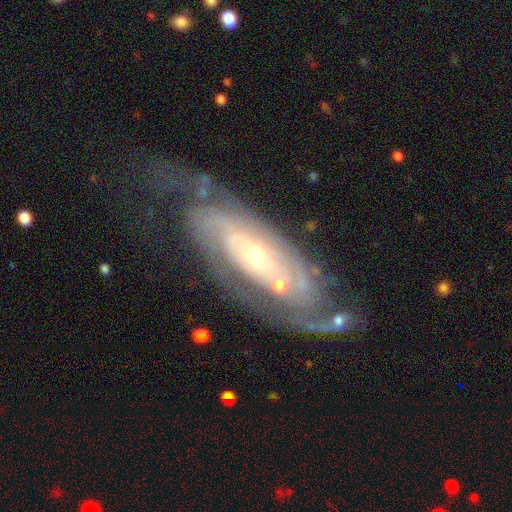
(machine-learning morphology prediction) A featured or disk galaxy (83%) with no bar (73%), tight (64%) spiral arms (87%) and a moderate central bulge (49%).

Vote fractions:
- Smooth or featured? featured or disk: 83% / smooth: 11% / star or artifact: 6%
- Edge-on disk? no: 90% / yes: 10%
- Bar? no: 73% / weak: 19% / strong: 8%
- Spiral arms? yes: 87% / no: 13%
- Spiral winding? tight: 64% / medium: 27% / loose: 10%
- Spiral arm count? can't tell: 41% / 2: 36% / 3: 9% / 1: 6% / 4: 4% / more than 4: 4%
- Bulge size? moderate: 49% / small: 45% / large: 4% / none: 1% / dominant: 1%
- Merging? none: 55% / minor disturbance: 21% / major disturbance: 18% / merger: 6%